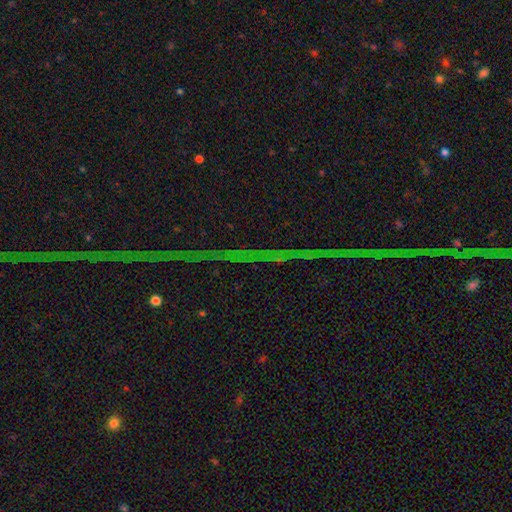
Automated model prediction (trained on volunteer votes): Smooth or featured?
  - star or artifact: 84% *
  - featured or disk: 10%
  - smooth: 6%